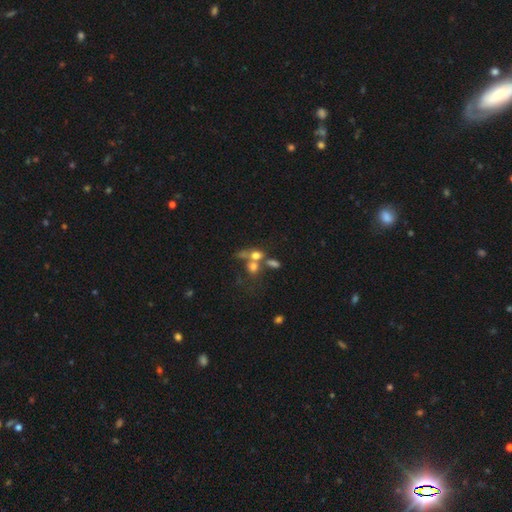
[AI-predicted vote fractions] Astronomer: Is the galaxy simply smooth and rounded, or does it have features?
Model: smooth — 58%.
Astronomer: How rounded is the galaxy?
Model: round — 58% (runner-up: in between, 38%).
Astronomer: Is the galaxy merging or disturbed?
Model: merger — 53%.